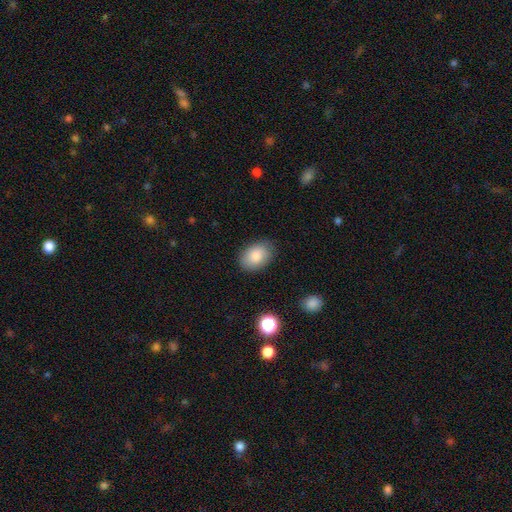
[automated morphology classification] The model was most divided on "how rounded": in between: 81%, round: 18%, cigar-shaped: 1%. More confident: smooth or featured — smooth (84%); merging — none (82%).